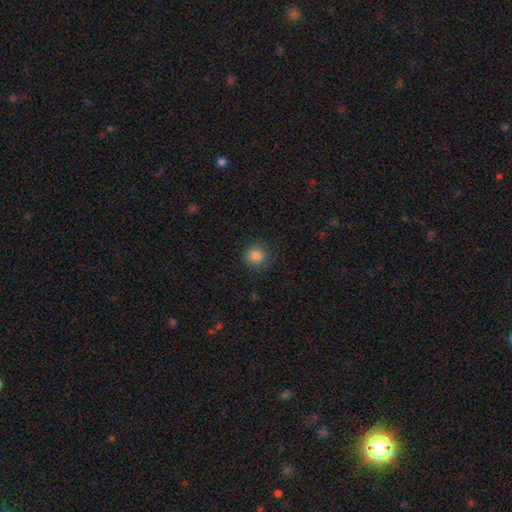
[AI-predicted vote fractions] smooth_or_featured: smooth (p=0.85) [alt: star or artifact p=0.10]
how_rounded: round (p=0.90) [alt: in between p=0.09]
merging: none (p=0.84) [alt: minor disturbance p=0.12]